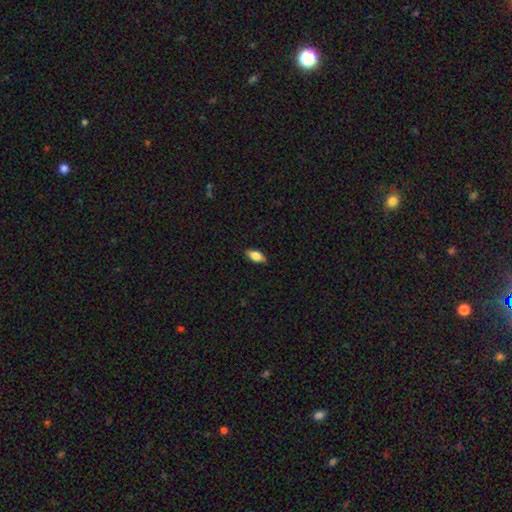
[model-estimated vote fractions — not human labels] Smooth or featured: smooth — 78% (featured or disk — 15%)
How rounded: in between — 87% (cigar-shaped — 10%)
Merging: none — 87% (minor disturbance — 10%)